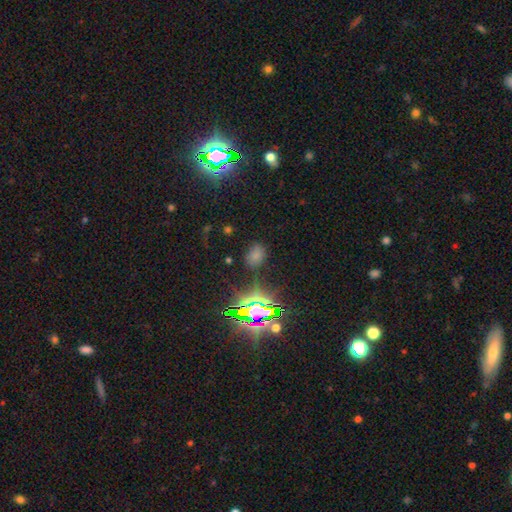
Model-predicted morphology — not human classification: smooth-or-featured: smooth: 58% | star or artifact: 34% | featured or disk: 7%
  how-rounded: in between: 72% | round: 26% | cigar-shaped: 2%
  merging: none: 75% | minor disturbance: 15% | major disturbance: 6% | merger: 3%